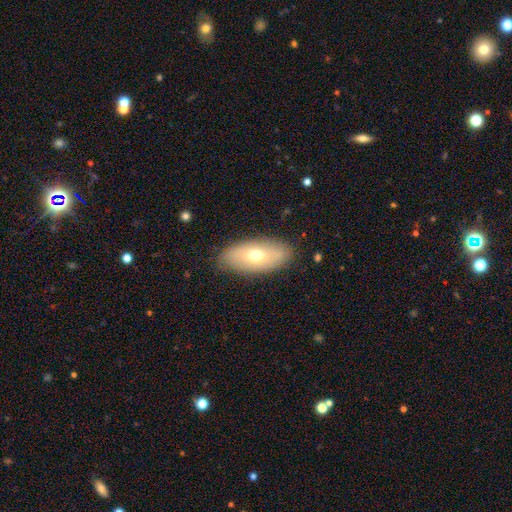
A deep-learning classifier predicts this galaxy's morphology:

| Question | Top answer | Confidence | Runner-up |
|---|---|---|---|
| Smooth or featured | smooth | 61% | featured or disk (32%) |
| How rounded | in between | 88% | cigar-shaped (8%) |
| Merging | none | 84% | minor disturbance (12%) |